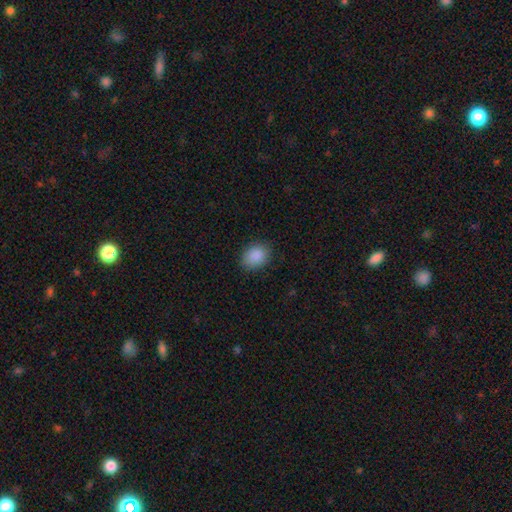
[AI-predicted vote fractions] Overall: smooth (89%). How rounded: in between (66%; round 33%). Merging: none (84%).